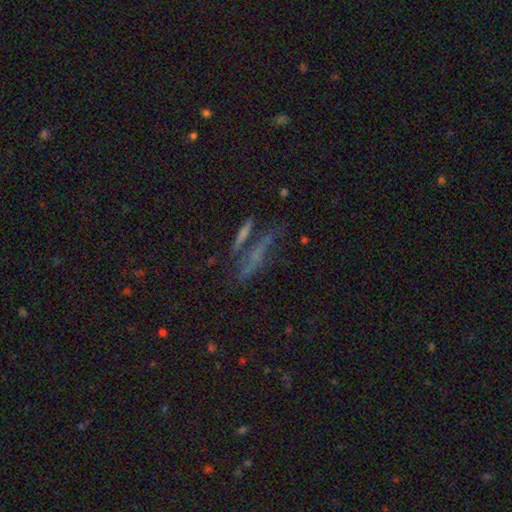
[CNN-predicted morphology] Smooth or featured?
  - featured or disk: 40% *
  - smooth: 37%
  - star or artifact: 23%
Merging?
  - none: 56% *
  - merger: 16%
  - minor disturbance: 16%
  - major disturbance: 12%